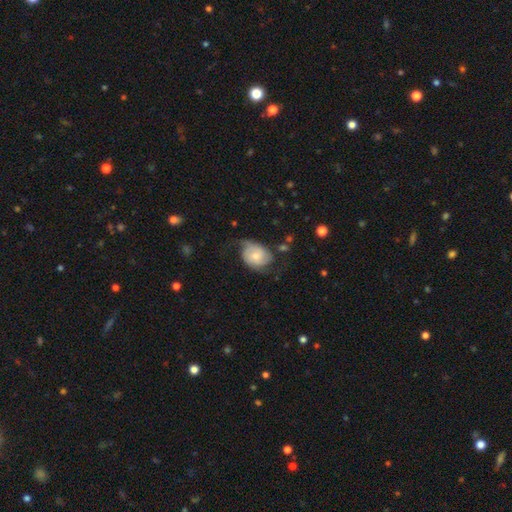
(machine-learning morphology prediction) type=featured or disk (55%); edge-on=no (97%); bar=no (66%); spiral arms=yes (84%); bulge=moderate (48%); merging=none (44%).